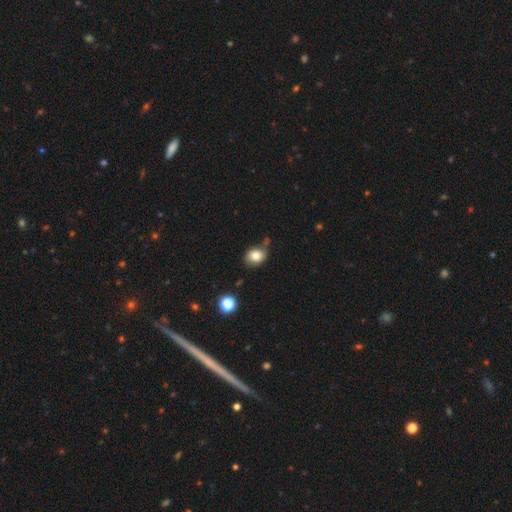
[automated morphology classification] A smooth galaxy with no disk features (81%) that is in between round and cigar-shaped (52%). Merging: none (68%).